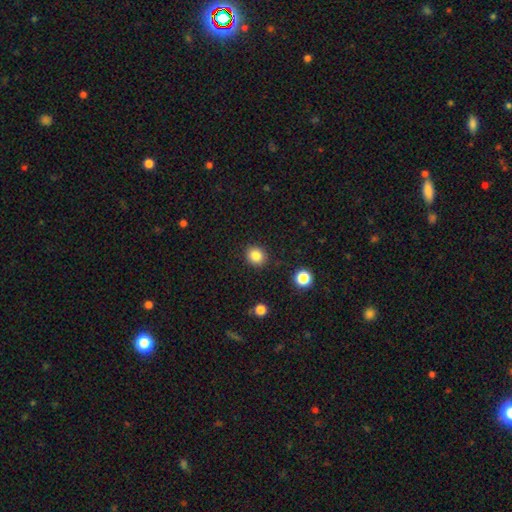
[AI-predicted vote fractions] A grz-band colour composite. It shows a smooth galaxy with no disk features (84%) that is round (81%). Merging: none (90%).